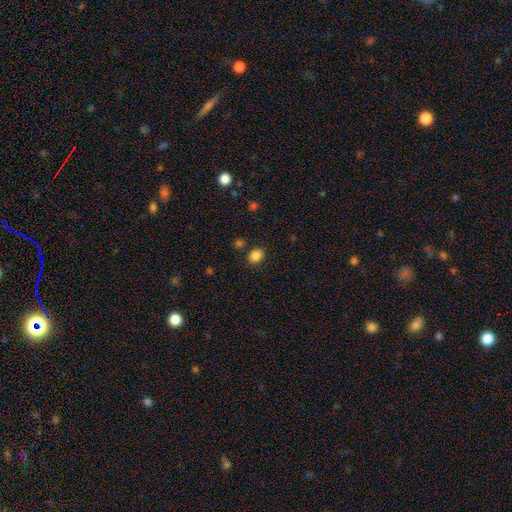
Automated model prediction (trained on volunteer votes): smooth-or-featured: smooth: 85% | star or artifact: 11% | featured or disk: 4%
  how-rounded: round: 63% | in between: 36% | cigar-shaped: 1%
  merging: none: 85% | minor disturbance: 9% | merger: 4% | major disturbance: 3%